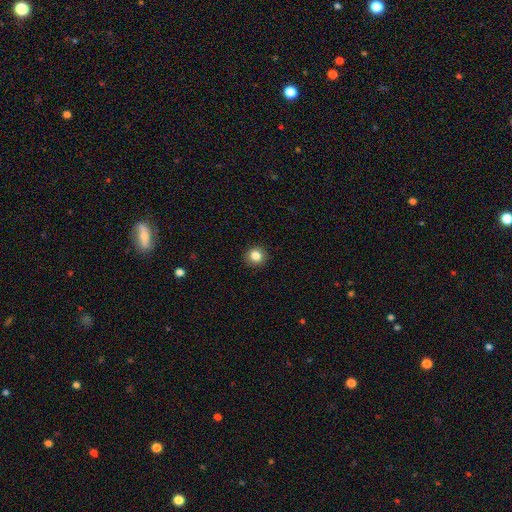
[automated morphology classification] Smooth or featured: smooth — 84% (star or artifact — 11%)
How rounded: round — 92% (in between — 8%)
Merging: none — 92% (minor disturbance — 5%)